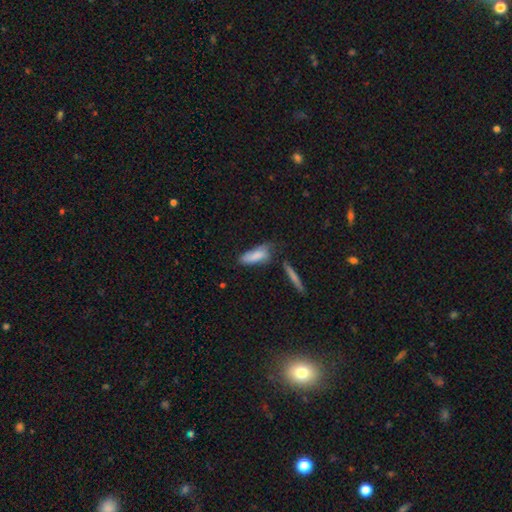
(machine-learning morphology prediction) Overall: smooth (78%). How rounded: in between (61%; cigar-shaped 37%). Merging: none (45%; minor disturbance 31%).